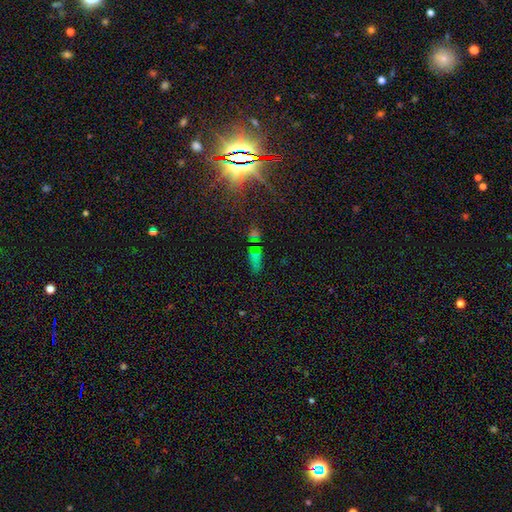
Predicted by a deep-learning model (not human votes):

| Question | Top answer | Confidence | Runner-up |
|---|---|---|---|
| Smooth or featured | smooth | 49% | star or artifact (38%) |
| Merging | none | 59% | minor disturbance (17%) |